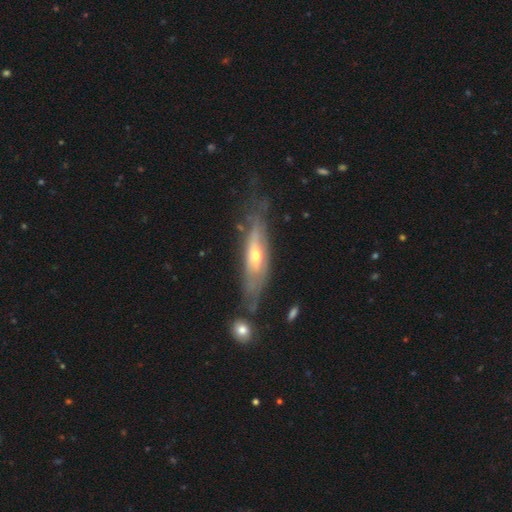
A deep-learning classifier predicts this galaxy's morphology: Q: Smooth or featured?
A: featured or disk (65%); runner-up: smooth (29%)
Q: Edge-on disk?
A: no (53%); runner-up: yes (47%)
Q: Merging?
A: none (56%); runner-up: minor disturbance (26%)